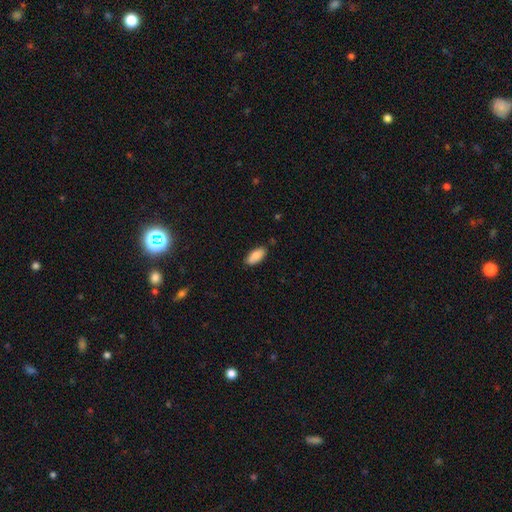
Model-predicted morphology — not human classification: This is clearly a smooth galaxy (86%). How rounded: clearly in between (88%). Merging: clearly none (85%).